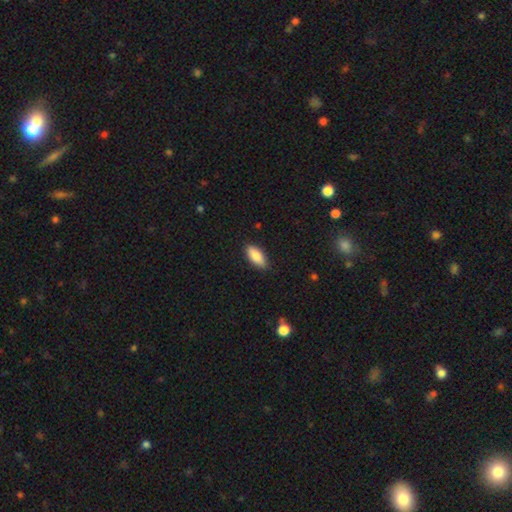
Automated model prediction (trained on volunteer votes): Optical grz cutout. It shows a smooth galaxy with no disk features (86%) that is in between round and cigar-shaped (85%). Merging: none (87%).